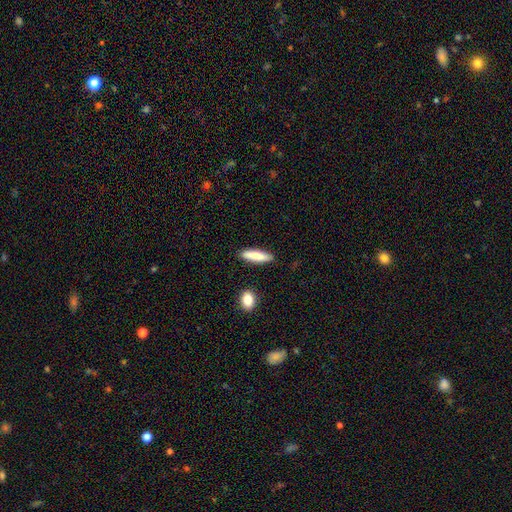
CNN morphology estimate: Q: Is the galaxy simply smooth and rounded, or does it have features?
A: smooth — 82%.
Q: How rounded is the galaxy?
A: cigar-shaped — 76%.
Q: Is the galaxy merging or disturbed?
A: none — 87%.